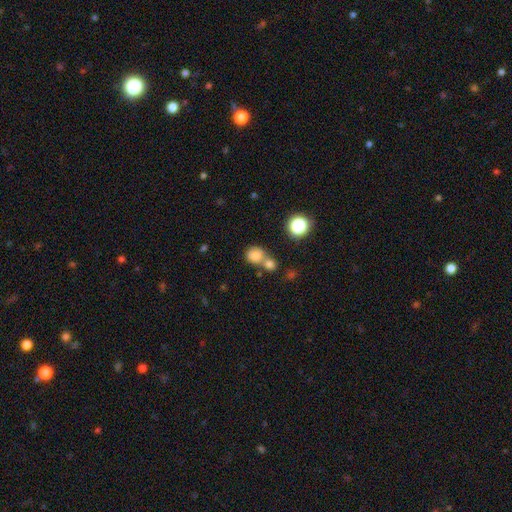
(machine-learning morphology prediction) Smooth or featured? Predicted: smooth (p=0.78). How rounded? Predicted: round (p=0.74). Merging? Predicted: merger (p=0.49).